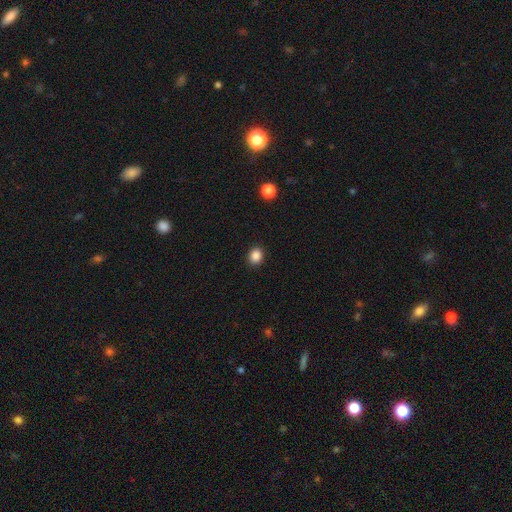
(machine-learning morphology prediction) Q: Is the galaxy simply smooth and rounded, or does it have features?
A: smooth — 86%.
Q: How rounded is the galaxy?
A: round — 71%.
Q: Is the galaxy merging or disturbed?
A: none — 91%.